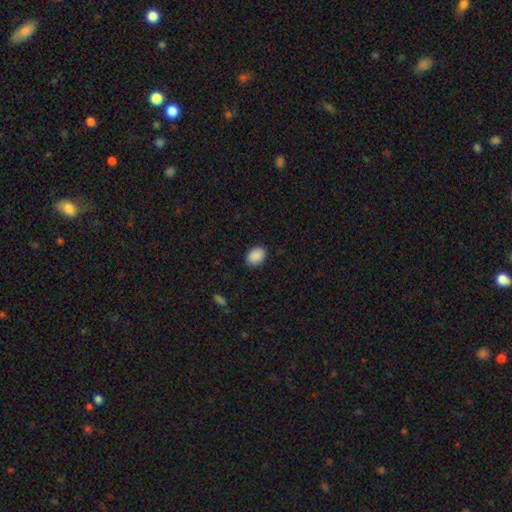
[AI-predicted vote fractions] smooth-or-featured: smooth: 90% | star or artifact: 7% | featured or disk: 3%
  how-rounded: in between: 74% | round: 25% | cigar-shaped: 1%
  merging: none: 87% | minor disturbance: 9% | major disturbance: 2% | merger: 1%